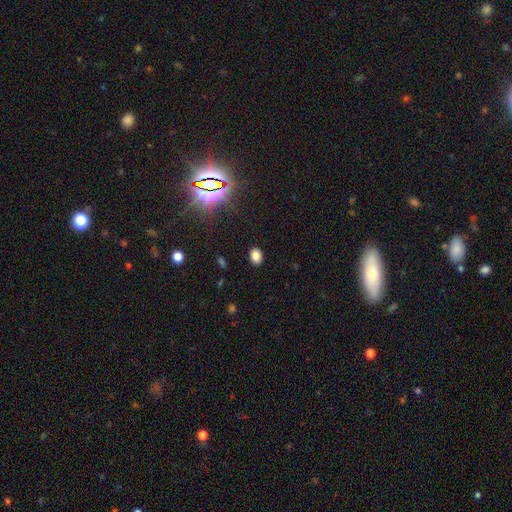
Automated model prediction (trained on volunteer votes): A smooth galaxy with no disk features (82%) that is in between round and cigar-shaped (70%). Merging: none (89%).